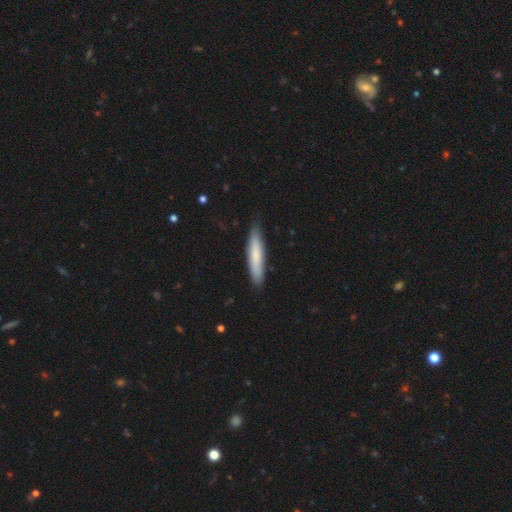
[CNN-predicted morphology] Smooth or featured? Predicted: smooth (p=0.74). How rounded? Predicted: cigar-shaped (p=0.86). Merging? Predicted: none (p=0.82).